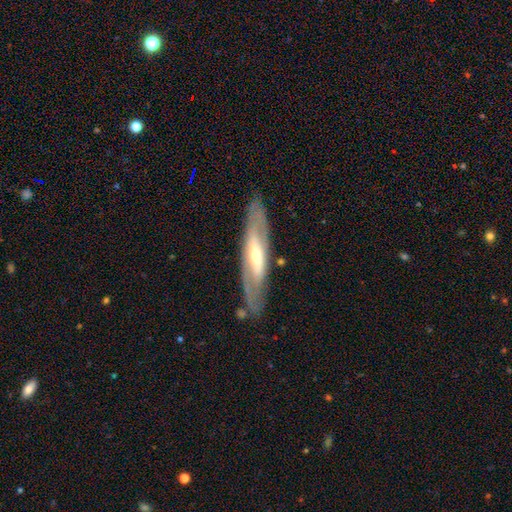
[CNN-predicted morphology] Smooth or featured?
  - featured or disk: 74% *
  - smooth: 19%
  - star or artifact: 6%
Edge-on disk?
  - no: 51% *
  - yes: 49%
Merging?
  - none: 83% *
  - minor disturbance: 12%
  - major disturbance: 3%
  - merger: 1%